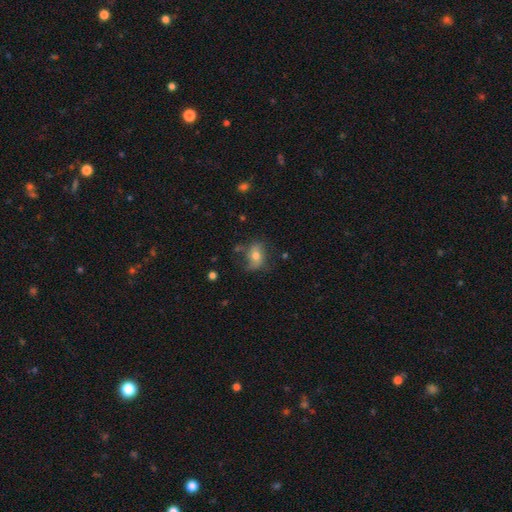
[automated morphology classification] A smooth galaxy with no disk features (55%) that is in between round and cigar-shaped (68%). Merging: none (58%).